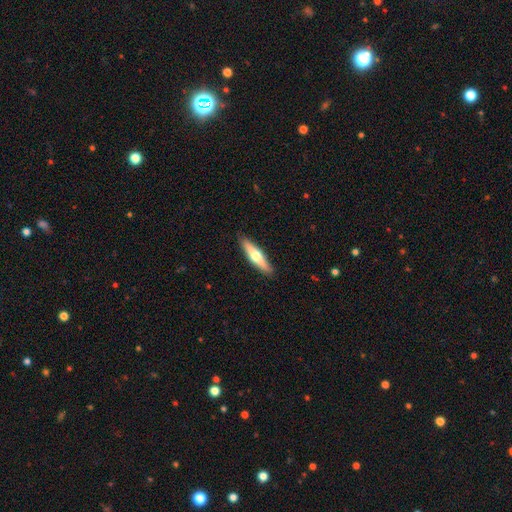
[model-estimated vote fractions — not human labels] The model was most divided on "smooth or featured": smooth: 48%, featured or disk: 47%, star or artifact: 5%. More confident: merging — none (90%).